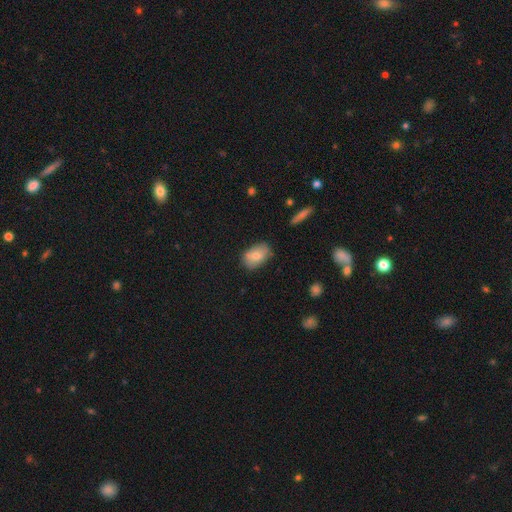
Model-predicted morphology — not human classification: Smooth or featured? Predicted: smooth (p=0.76). How rounded? Predicted: in between (p=0.86). Merging? Predicted: none (p=0.74).